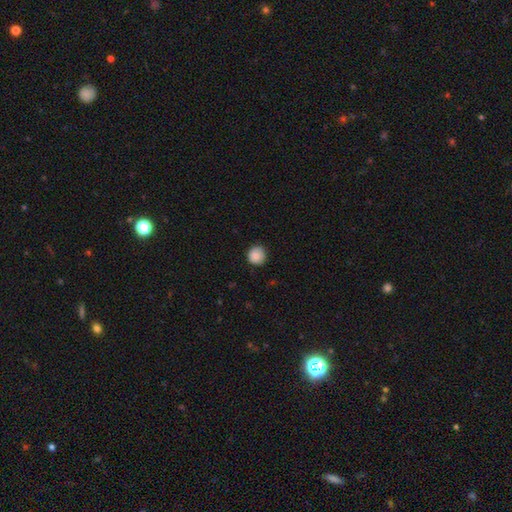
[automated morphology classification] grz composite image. It shows a smooth galaxy with no disk features (83%) that is round (92%). Merging: none (84%).